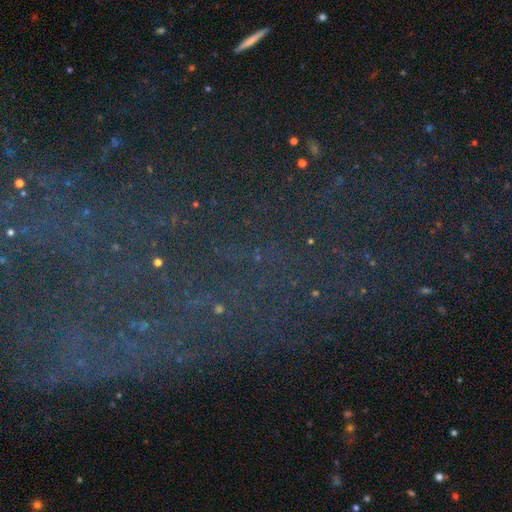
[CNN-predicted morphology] The model was most divided on "smooth or featured": star or artifact: 75%, featured or disk: 14%, smooth: 11%.